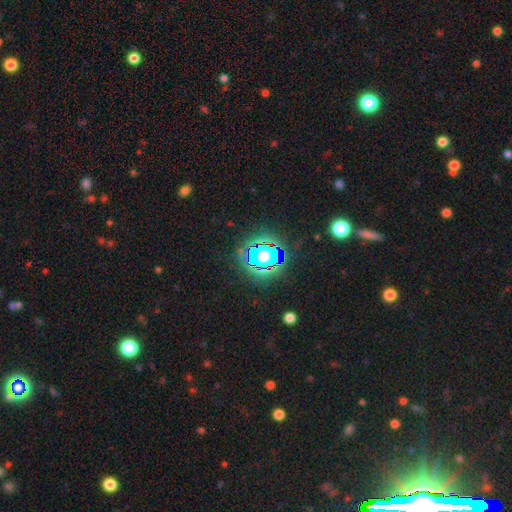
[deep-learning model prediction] Smooth or featured?
  - star or artifact: 77% *
  - smooth: 14%
  - featured or disk: 9%